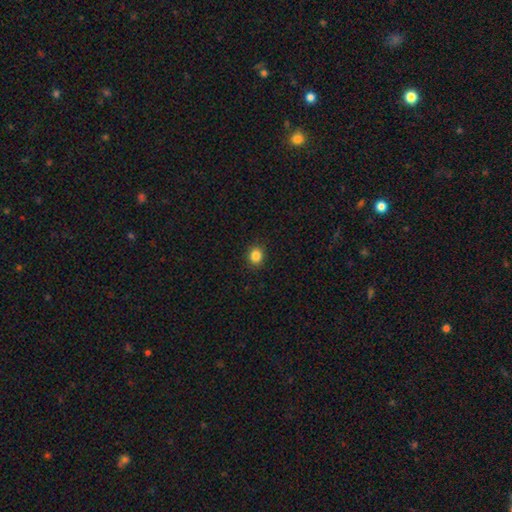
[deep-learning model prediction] Morphology: type=smooth (85%); roundness=round (79%); merging=none (91%).